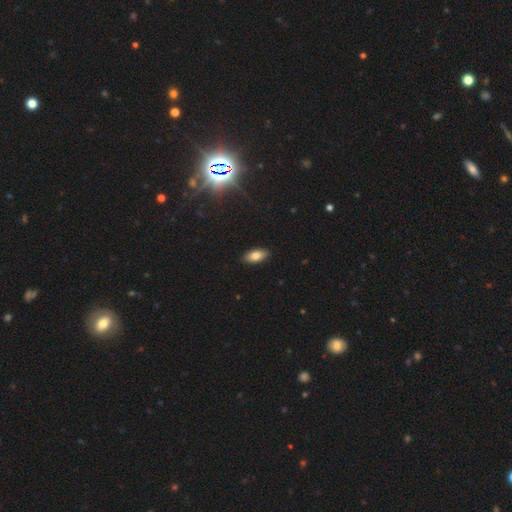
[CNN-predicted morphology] A smooth galaxy with no disk features (79%) that is in between round and cigar-shaped (89%). Merging: none (90%).